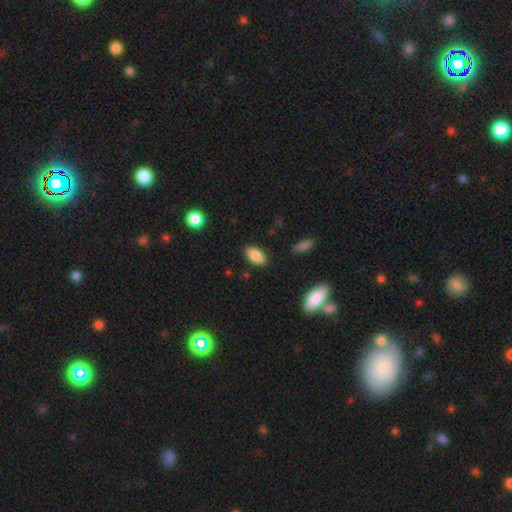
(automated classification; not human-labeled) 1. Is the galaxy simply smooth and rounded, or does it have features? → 85% smooth, 7% star or artifact, 7% featured or disk.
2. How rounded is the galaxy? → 90% in between, 7% cigar-shaped, 3% round.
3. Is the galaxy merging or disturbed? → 86% none, 10% minor disturbance, 2% major disturbance, 2% merger.